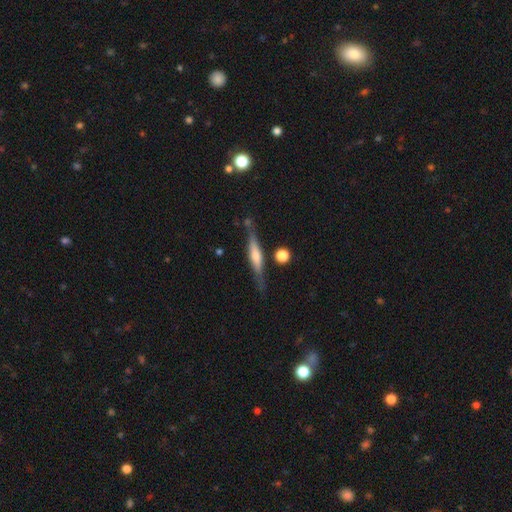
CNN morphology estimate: Overall: featured or disk (64%; smooth 29%). Edge-on disk: yes (95%). Edge-on bulge: rounded (65%). Merging: none (78%).